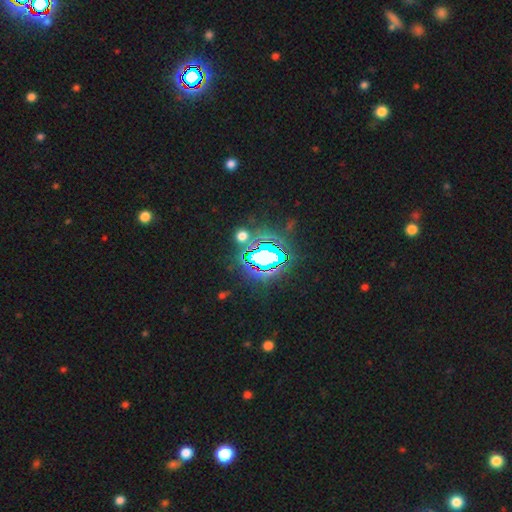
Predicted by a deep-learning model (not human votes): Q: Smooth or featured?
A: star or artifact (79%); runner-up: smooth (12%)